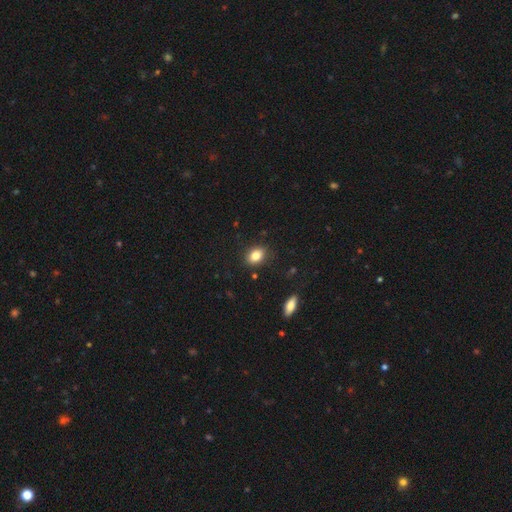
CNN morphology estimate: The model was most divided on "how rounded": in between: 68%, round: 31%, cigar-shaped: 1%. More confident: merging — none (86%); smooth or featured — smooth (84%).